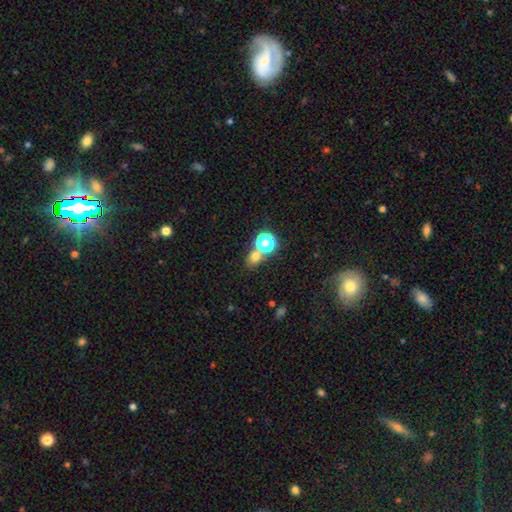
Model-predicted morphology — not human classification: Q: Smooth or featured?
A: smooth (67%); runner-up: star or artifact (25%)
Q: How rounded?
A: round (68%); runner-up: in between (31%)
Q: Merging?
A: none (58%); runner-up: merger (30%)